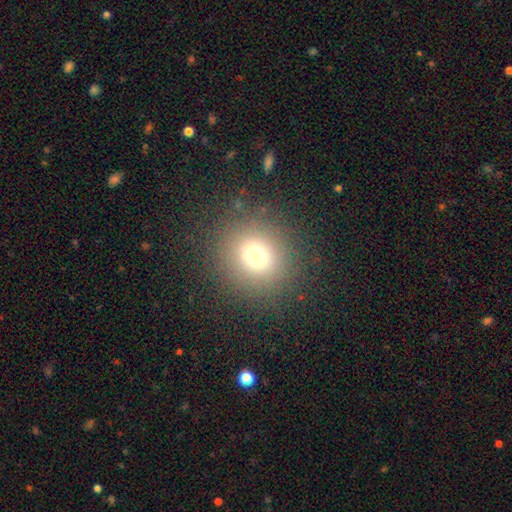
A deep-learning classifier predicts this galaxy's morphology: This appears to be a smooth galaxy with no disk features (74%) that is round (88%). Merging: none (88%).